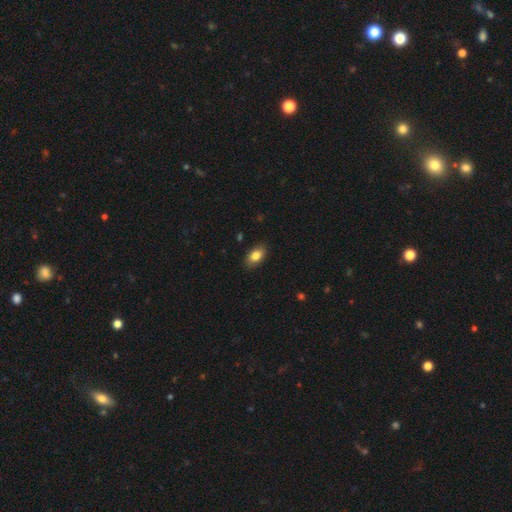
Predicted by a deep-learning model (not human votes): Morphology: type=smooth (83%); roundness=in between (90%); merging=none (87%).